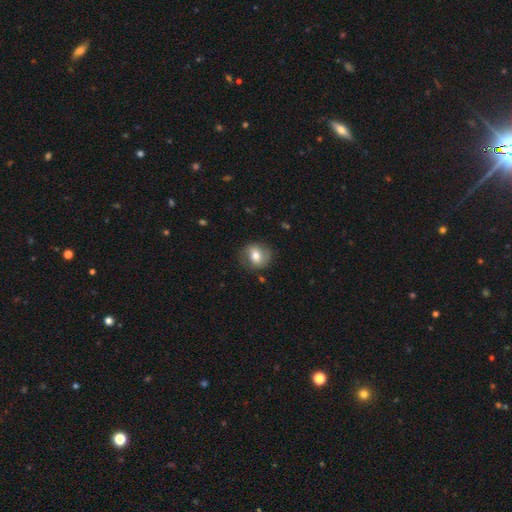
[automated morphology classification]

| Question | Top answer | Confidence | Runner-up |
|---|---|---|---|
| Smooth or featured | smooth | 57% | featured or disk (35%) |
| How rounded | round | 73% | in between (26%) |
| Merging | none | 78% | minor disturbance (15%) |